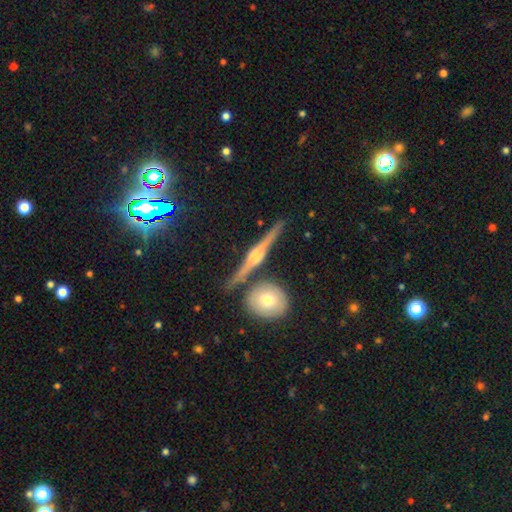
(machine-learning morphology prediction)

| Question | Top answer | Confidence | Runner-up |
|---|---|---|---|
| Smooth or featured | featured or disk | 84% | smooth (9%) |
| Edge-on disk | yes | 97% | no (3%) |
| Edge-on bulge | rounded | 82% | boxy (13%) |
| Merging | none | 83% | minor disturbance (9%) |